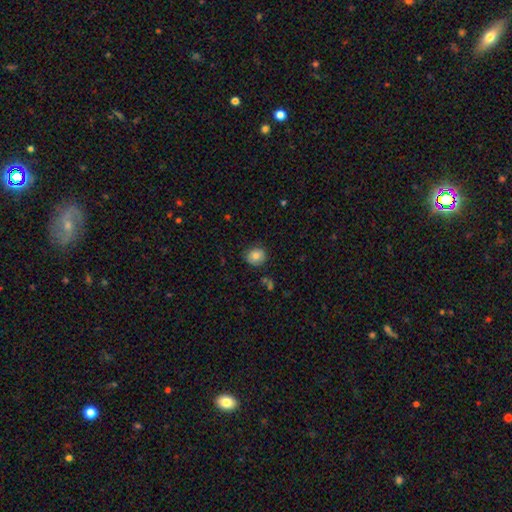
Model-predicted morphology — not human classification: This appears to be a smooth galaxy with no disk features (81%) that is round (76%). Merging: none (81%).